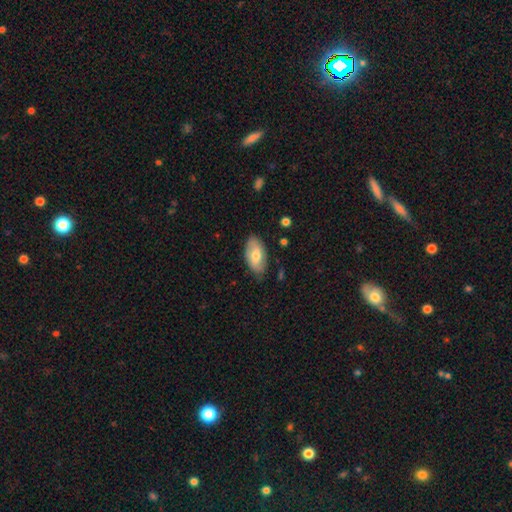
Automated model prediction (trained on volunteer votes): This is likely a smooth galaxy (61%). How rounded: clearly in between (94%). Merging: likely none (78%).